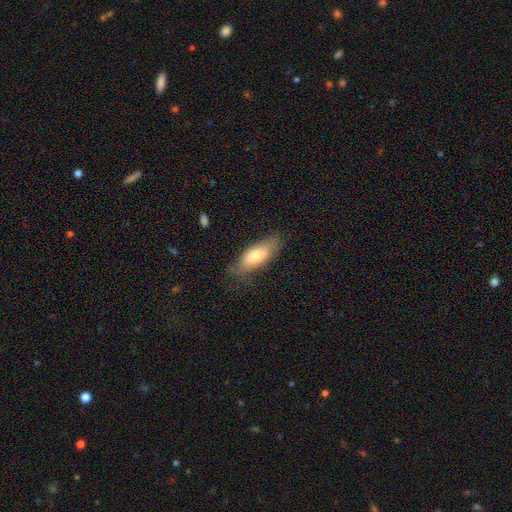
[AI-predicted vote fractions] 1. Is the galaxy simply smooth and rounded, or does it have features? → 73% smooth, 21% featured or disk, 6% star or artifact.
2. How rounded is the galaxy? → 73% in between, 24% cigar-shaped, 2% round.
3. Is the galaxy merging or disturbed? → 73% none, 20% minor disturbance, 5% major disturbance, 1% merger.